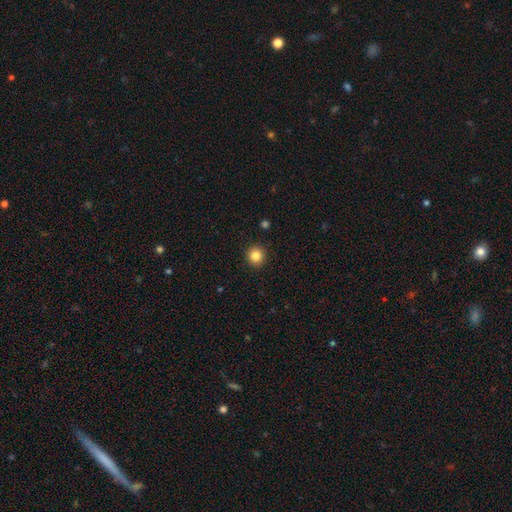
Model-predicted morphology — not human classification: smooth-or-featured: smooth: 85% | star or artifact: 11% | featured or disk: 4%
  how-rounded: round: 94% | in between: 5% | cigar-shaped: 1%
  merging: none: 93% | minor disturbance: 5% | major disturbance: 2% | merger: 1%